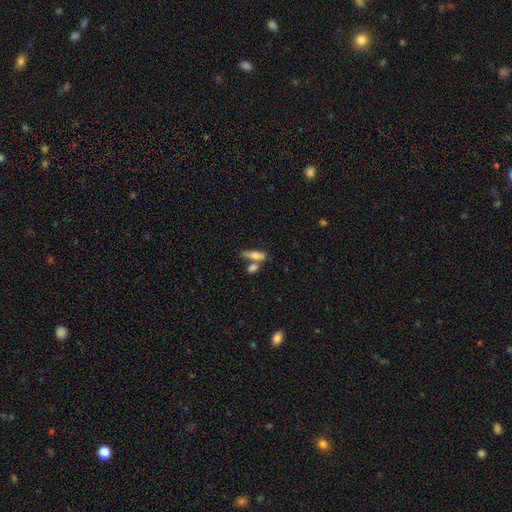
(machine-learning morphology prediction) Q: Smooth or featured?
A: smooth (70%); runner-up: featured or disk (22%)
Q: How rounded?
A: in between (54%); runner-up: cigar-shaped (41%)
Q: Merging?
A: none (42%); runner-up: merger (39%)